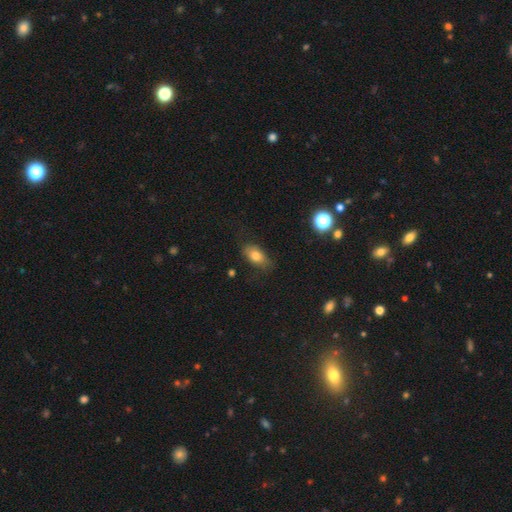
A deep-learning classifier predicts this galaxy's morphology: Smooth or featured? smooth (77%)
How rounded? in between (87%)
Merging? none (71%)